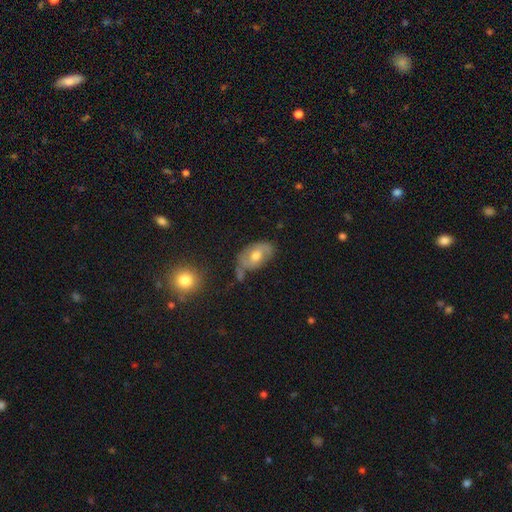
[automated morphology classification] featured or disk 47%, smooth 45%, star or artifact 8%. Down the decision tree: merging — none (61%).